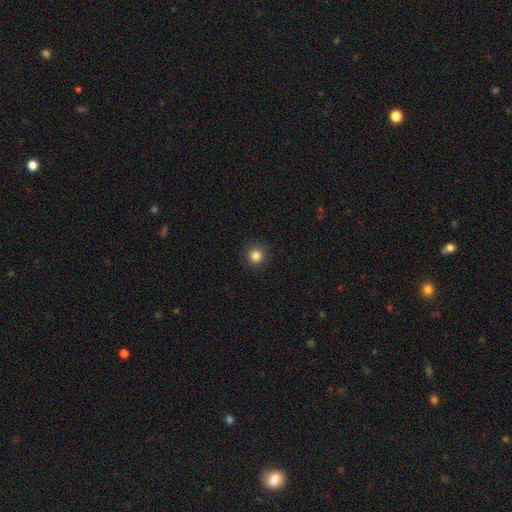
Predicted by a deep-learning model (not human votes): Q: Smooth or featured?
A: smooth (84%); runner-up: star or artifact (12%)
Q: How rounded?
A: round (94%); runner-up: in between (5%)
Q: Merging?
A: none (91%); runner-up: minor disturbance (6%)